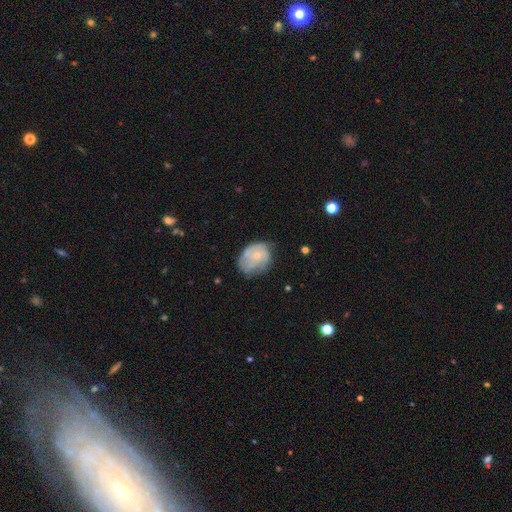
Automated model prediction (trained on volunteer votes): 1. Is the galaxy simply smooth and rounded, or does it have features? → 60% featured or disk, 33% smooth, 7% star or artifact.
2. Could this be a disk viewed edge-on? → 97% no, 3% yes.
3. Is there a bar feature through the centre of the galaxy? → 82% no, 16% weak, 2% strong.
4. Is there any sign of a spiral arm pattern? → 73% yes, 27% no.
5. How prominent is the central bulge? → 68% small, 27% moderate, 4% none, 1% large, 1% dominant.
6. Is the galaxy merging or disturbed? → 51% none, 31% minor disturbance, 15% major disturbance, 2% merger.